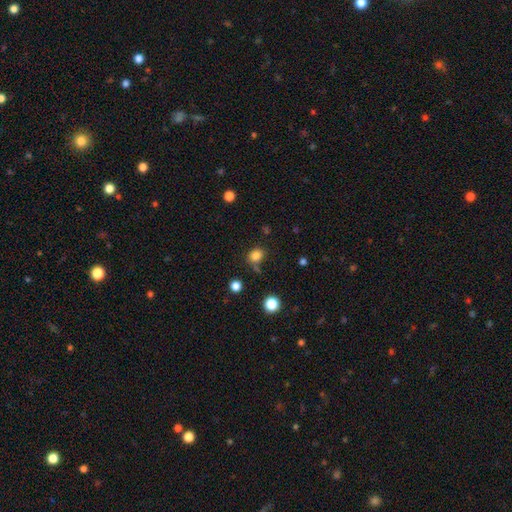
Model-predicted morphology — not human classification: A smooth galaxy with no disk features (82%) that is round (64%). Merging: none (69%).